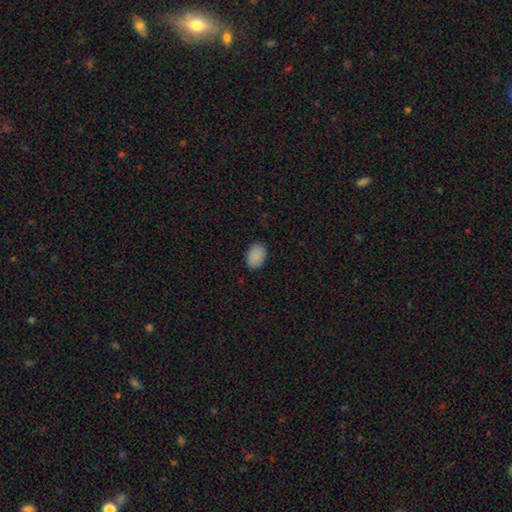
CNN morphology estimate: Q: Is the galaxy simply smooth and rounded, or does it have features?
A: smooth — 89%.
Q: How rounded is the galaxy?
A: in between — 83%.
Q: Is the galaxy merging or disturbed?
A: none — 86%.